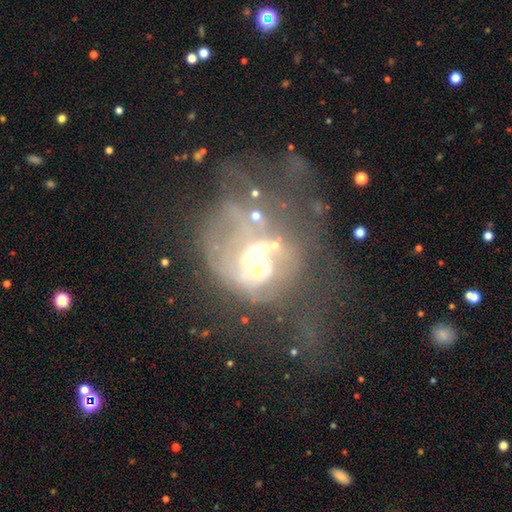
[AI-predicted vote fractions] Smooth or featured?
  - featured or disk: 64% *
  - smooth: 19%
  - star or artifact: 18%
Edge-on disk?
  - no: 96% *
  - yes: 4%
Bar?
  - no: 77% *
  - weak: 16%
  - strong: 7%
Spiral arms?
  - no: 77% *
  - yes: 23%
Bulge size?
  - moderate: 53% *
  - small: 20%
  - large: 14%
  - none: 9%
  - dominant: 4%
Merging?
  - major disturbance: 43% *
  - merger: 30%
  - none: 16%
  - minor disturbance: 10%